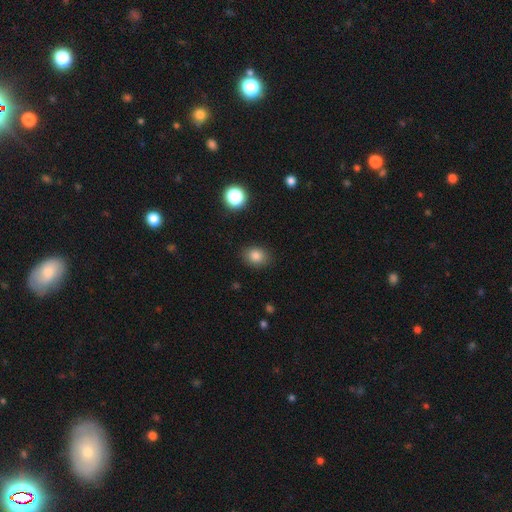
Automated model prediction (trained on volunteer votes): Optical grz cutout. It shows a smooth galaxy with no disk features (83%) that is in between round and cigar-shaped (50%). Merging: none (86%).